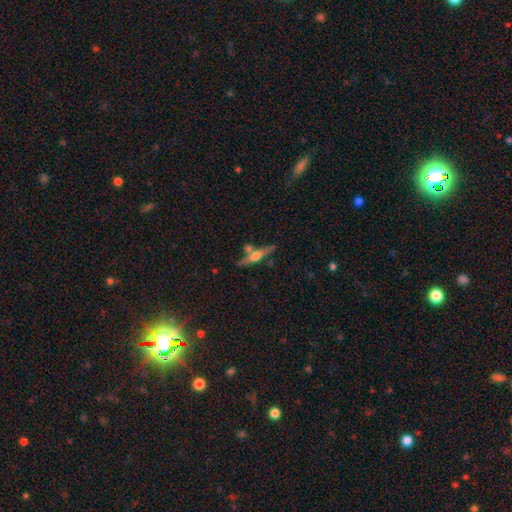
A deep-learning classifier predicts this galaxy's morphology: A featured or disk galaxy (66%) viewed edge-on (96%) with a rounded central bulge (91%).

Vote fractions:
- Smooth or featured? featured or disk: 66% / smooth: 28% / star or artifact: 6%
- Edge-on disk? yes: 96% / no: 4%
- Edge-on bulge? rounded: 91% / boxy: 5% / none: 4%
- Merging? none: 70% / merger: 14% / minor disturbance: 12% / major disturbance: 3%